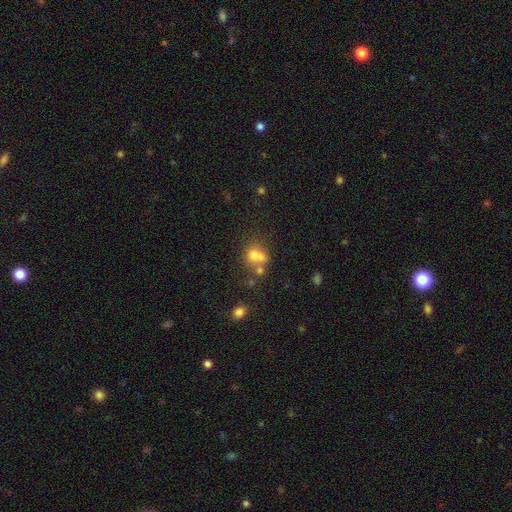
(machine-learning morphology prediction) type=smooth (65%); roundness=in between (59%); merging=merger (41%).